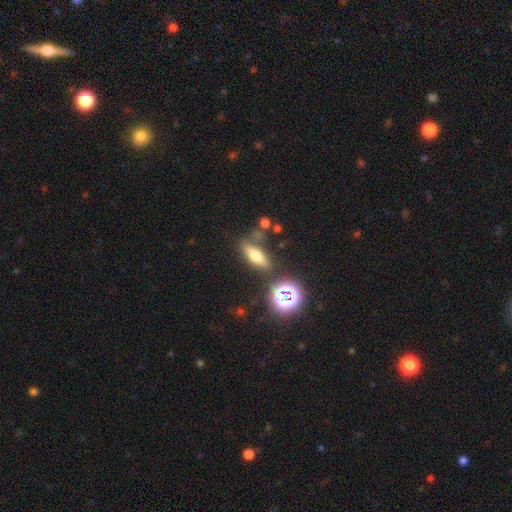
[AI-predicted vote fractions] A smooth galaxy with no disk features (56%) that is in between round and cigar-shaped (48%). Merging: none (74%).